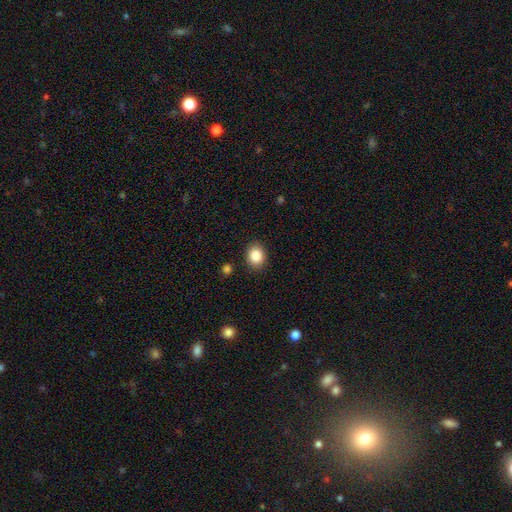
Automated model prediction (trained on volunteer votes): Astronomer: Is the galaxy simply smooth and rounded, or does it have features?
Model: smooth — 85%.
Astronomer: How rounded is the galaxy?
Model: round — 56% (runner-up: in between, 43%).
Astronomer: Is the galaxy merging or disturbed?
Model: none — 88%.